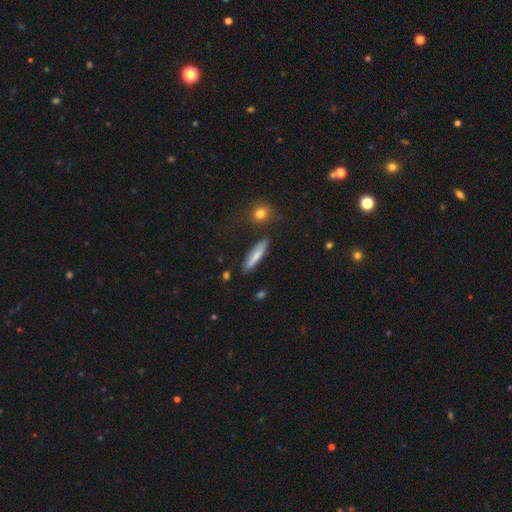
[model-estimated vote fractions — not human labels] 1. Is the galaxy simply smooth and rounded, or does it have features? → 67% smooth, 26% featured or disk, 7% star or artifact.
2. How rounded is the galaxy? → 80% cigar-shaped, 18% in between, 2% round.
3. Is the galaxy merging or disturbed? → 80% none, 14% minor disturbance, 3% major disturbance, 3% merger.